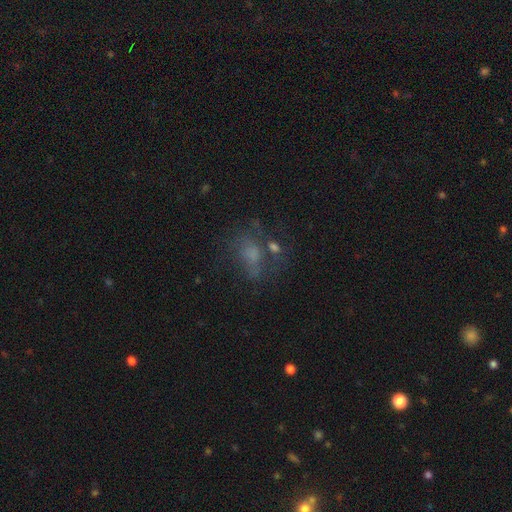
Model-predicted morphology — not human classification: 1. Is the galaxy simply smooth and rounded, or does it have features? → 36% smooth, 32% featured or disk, 32% star or artifact.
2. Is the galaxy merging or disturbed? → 54% none, 17% minor disturbance, 16% major disturbance, 13% merger.